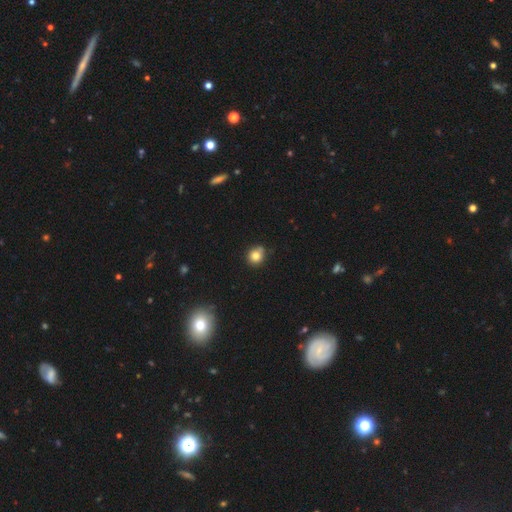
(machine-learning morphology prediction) Smooth or featured?
  - smooth: 81% *
  - star or artifact: 12%
  - featured or disk: 7%
How rounded?
  - round: 85% *
  - in between: 14%
  - cigar-shaped: 1%
Merging?
  - none: 75% *
  - minor disturbance: 17%
  - merger: 5%
  - major disturbance: 3%